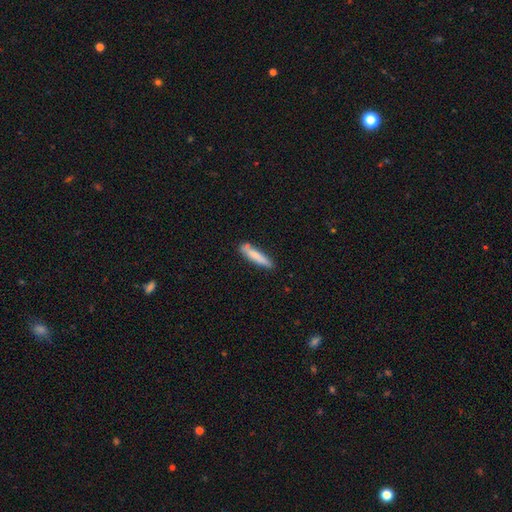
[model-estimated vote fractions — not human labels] A smooth galaxy with no disk features (79%) that is cigar-shaped (87%).

Vote fractions:
- Smooth or featured? smooth: 79% / featured or disk: 15% / star or artifact: 6%
- How rounded? cigar-shaped: 87% / in between: 12% / round: 1%
- Merging? none: 78% / minor disturbance: 15% / merger: 5% / major disturbance: 3%